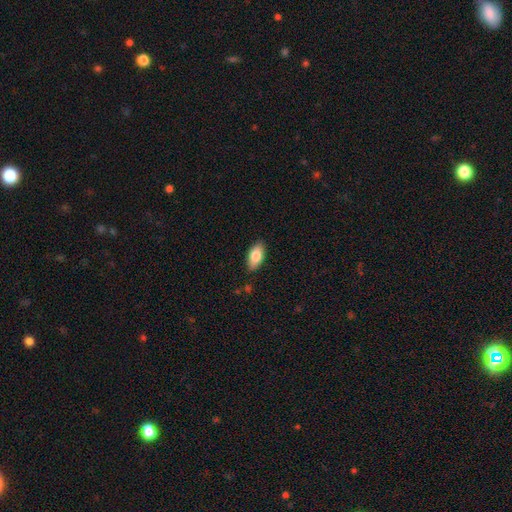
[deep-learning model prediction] A smooth galaxy with no disk features (81%) that is in between round and cigar-shaped (91%).

Vote fractions:
- Smooth or featured? smooth: 81% / featured or disk: 12% / star or artifact: 7%
- How rounded? in between: 91% / cigar-shaped: 6% / round: 3%
- Merging? none: 86% / minor disturbance: 10% / major disturbance: 2% / merger: 1%